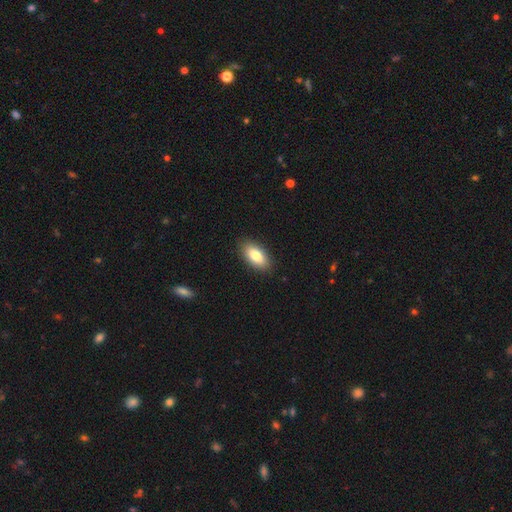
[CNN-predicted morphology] smooth_or_featured: smooth (p=0.82) [alt: featured or disk p=0.11]
how_rounded: in between (p=0.90) [alt: cigar-shaped p=0.07]
merging: none (p=0.89) [alt: minor disturbance p=0.08]